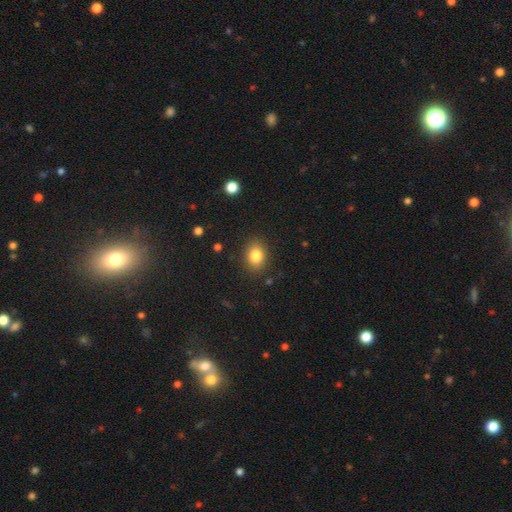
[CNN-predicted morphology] smooth 83%, star or artifact 10%, featured or disk 7%. Down the decision tree: how rounded — in between (59%); merging — none (87%).